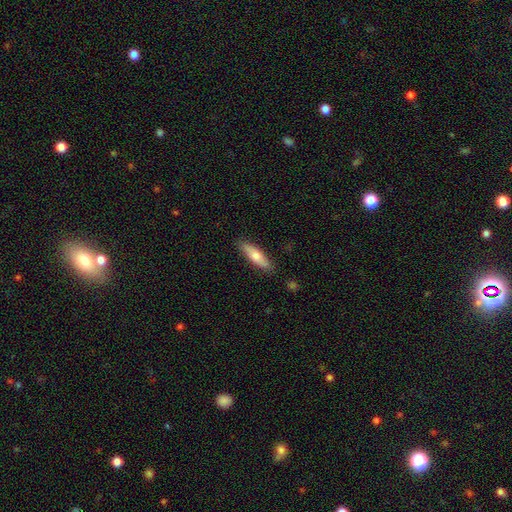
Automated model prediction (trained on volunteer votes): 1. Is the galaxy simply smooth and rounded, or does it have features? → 64% smooth, 31% featured or disk, 6% star or artifact.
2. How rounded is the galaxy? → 63% cigar-shaped, 35% in between, 2% round.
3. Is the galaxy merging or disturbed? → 87% none, 10% minor disturbance, 2% major disturbance, 1% merger.